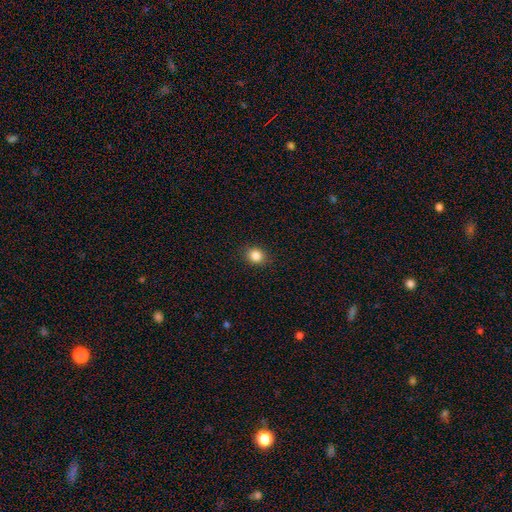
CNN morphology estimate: Smooth or featured?
  - smooth: 85% *
  - star or artifact: 11%
  - featured or disk: 4%
How rounded?
  - round: 74% *
  - in between: 25%
  - cigar-shaped: 1%
Merging?
  - none: 89% *
  - minor disturbance: 8%
  - major disturbance: 2%
  - merger: 1%